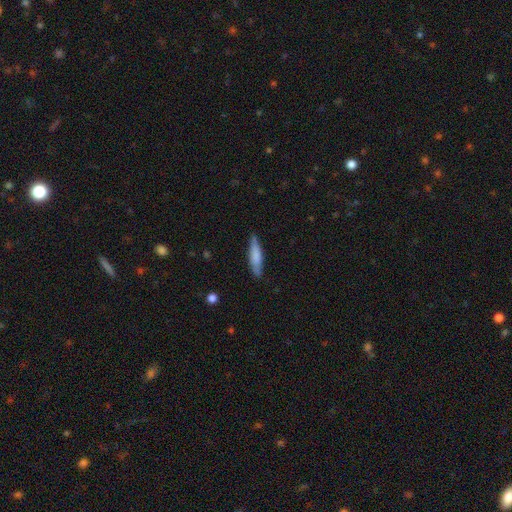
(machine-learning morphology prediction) Smooth or featured?
  - smooth: 71% *
  - featured or disk: 23%
  - star or artifact: 6%
How rounded?
  - cigar-shaped: 78% *
  - in between: 21%
  - round: 1%
Merging?
  - none: 79% *
  - minor disturbance: 16%
  - major disturbance: 3%
  - merger: 1%